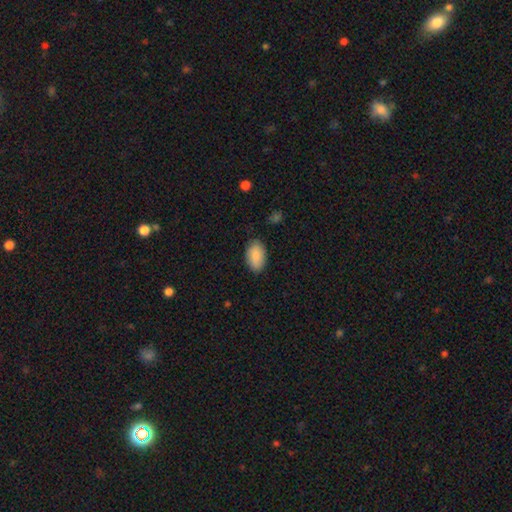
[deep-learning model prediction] smooth-or-featured: smooth: 87% | featured or disk: 6% | star or artifact: 6%
  how-rounded: in between: 94% | round: 5% | cigar-shaped: 2%
  merging: none: 85% | minor disturbance: 12% | major disturbance: 3% | merger: 1%